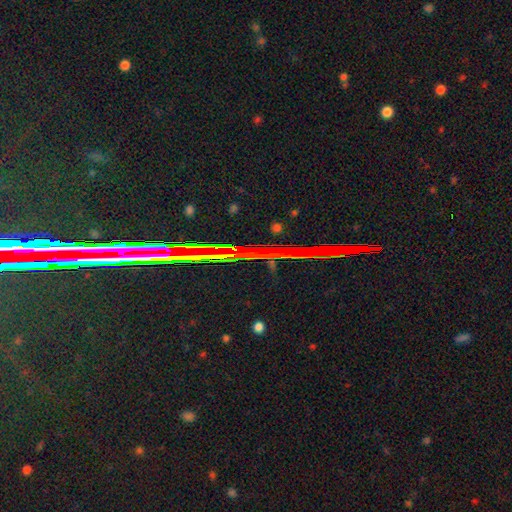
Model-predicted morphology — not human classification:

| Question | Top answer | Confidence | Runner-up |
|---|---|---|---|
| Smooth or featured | star or artifact | 80% | featured or disk (12%) |